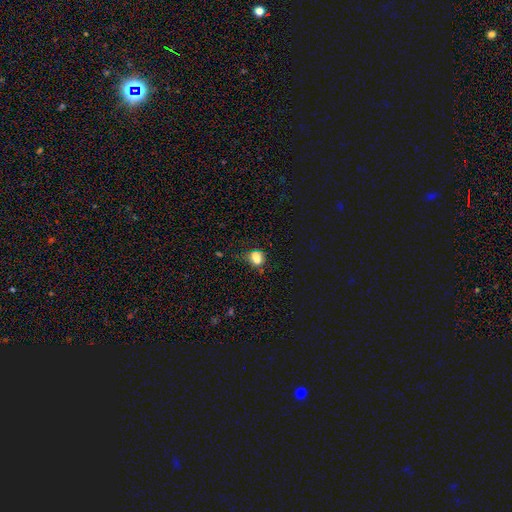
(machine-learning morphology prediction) Smooth or featured? smooth (71%)
How rounded? round (50%)
Merging? none (51%)